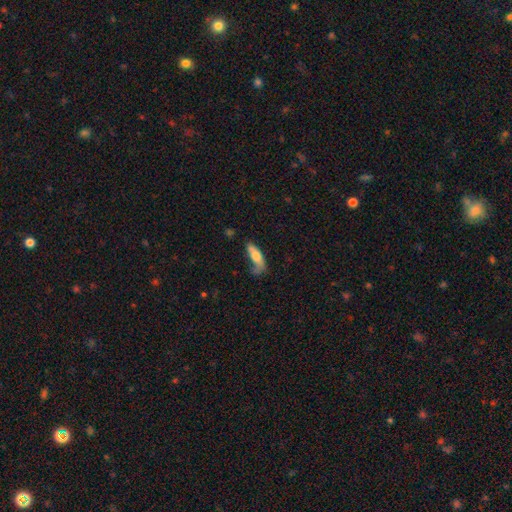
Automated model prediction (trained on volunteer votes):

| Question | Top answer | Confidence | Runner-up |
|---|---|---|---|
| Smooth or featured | smooth | 66% | featured or disk (27%) |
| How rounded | in between | 60% | cigar-shaped (38%) |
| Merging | none | 35% | minor disturbance (29%) |